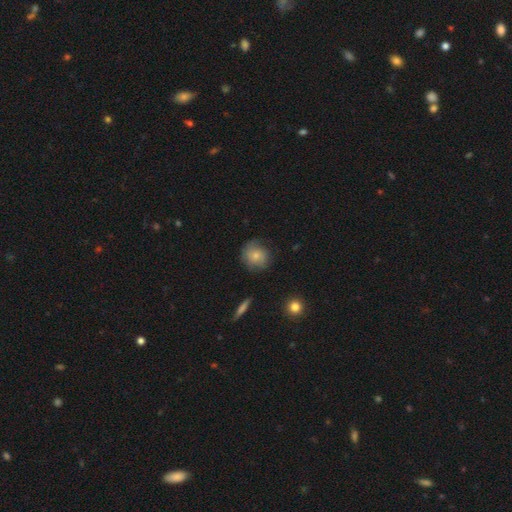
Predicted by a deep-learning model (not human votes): Smooth or featured? Predicted: smooth (p=0.72). How rounded? Predicted: round (p=0.84). Merging? Predicted: none (p=0.72).